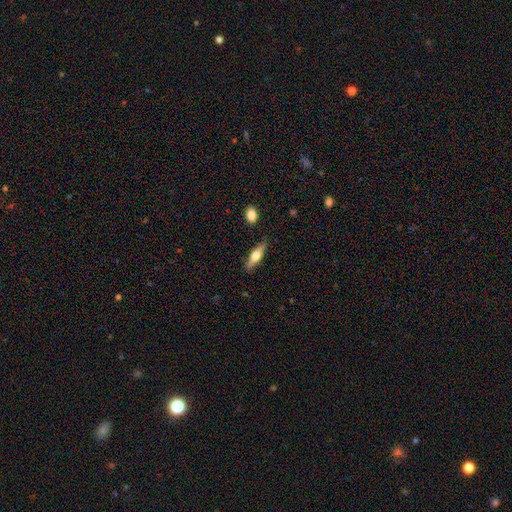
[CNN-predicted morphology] Smooth or featured? Predicted: smooth (p=0.52). How rounded? Predicted: cigar-shaped (p=0.59). Merging? Predicted: none (p=0.85).